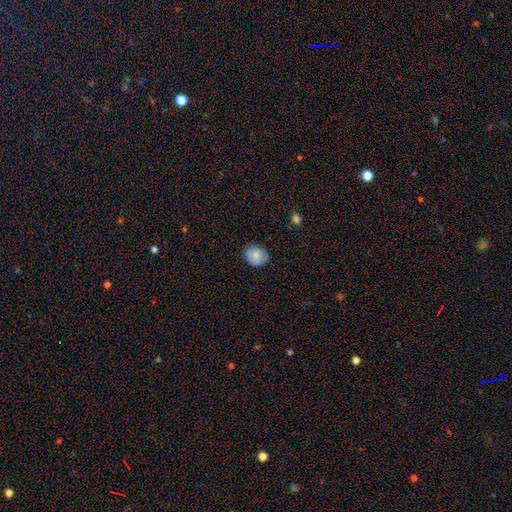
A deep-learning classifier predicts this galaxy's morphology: Smooth or featured? smooth (82%)
How rounded? round (63%)
Merging? none (80%)